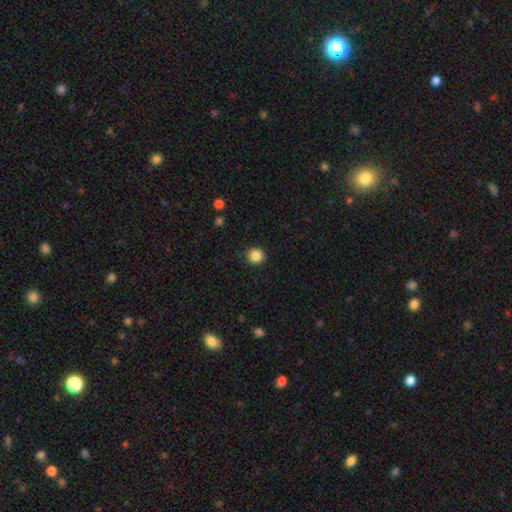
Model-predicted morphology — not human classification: type=smooth (87%); roundness=round (91%); merging=none (90%).